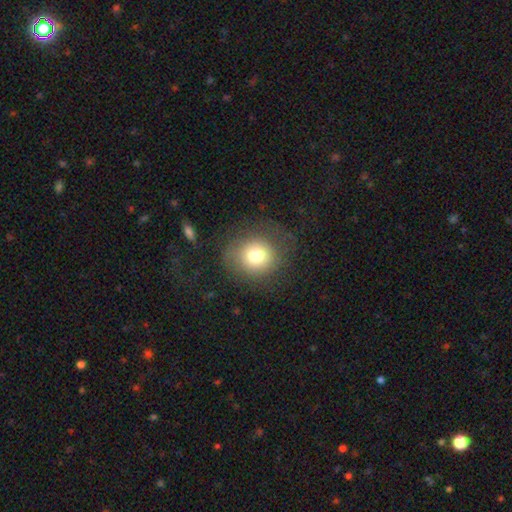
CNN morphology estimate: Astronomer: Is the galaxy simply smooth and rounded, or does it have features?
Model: smooth — 75%.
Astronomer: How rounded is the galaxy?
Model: round — 86%.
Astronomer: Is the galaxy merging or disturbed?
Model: none — 74%.